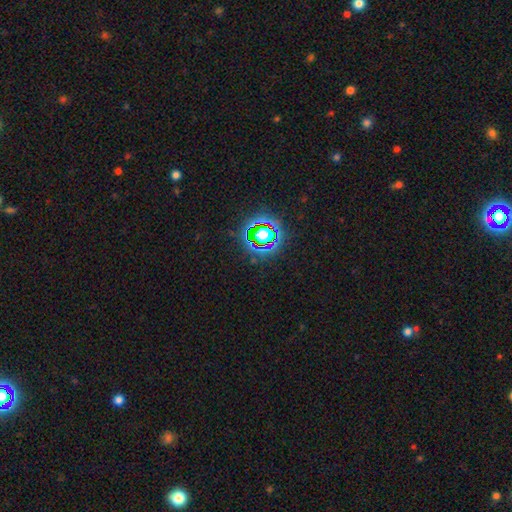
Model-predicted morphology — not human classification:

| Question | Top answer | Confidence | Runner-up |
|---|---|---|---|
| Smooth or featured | star or artifact | 79% | smooth (12%) |